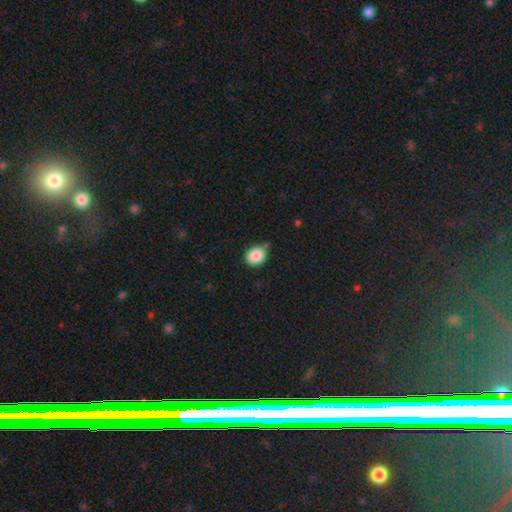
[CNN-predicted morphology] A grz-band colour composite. It shows a smooth galaxy with no disk features (88%) that is round (60%). Merging: none (74%).